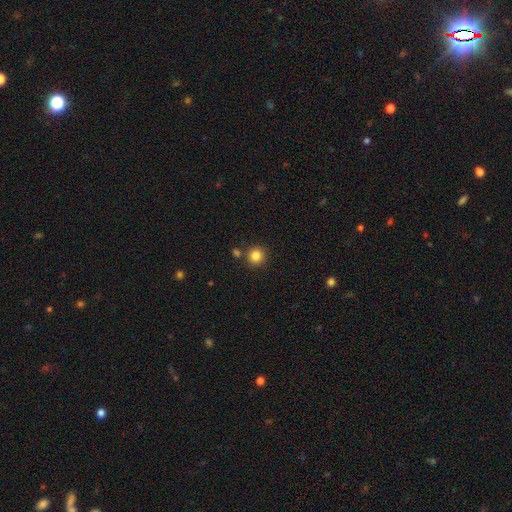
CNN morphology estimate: smooth-or-featured: smooth: 84% | star or artifact: 11% | featured or disk: 5%
  how-rounded: round: 93% | in between: 6% | cigar-shaped: 1%
  merging: none: 83% | minor disturbance: 7% | merger: 7% | major disturbance: 2%